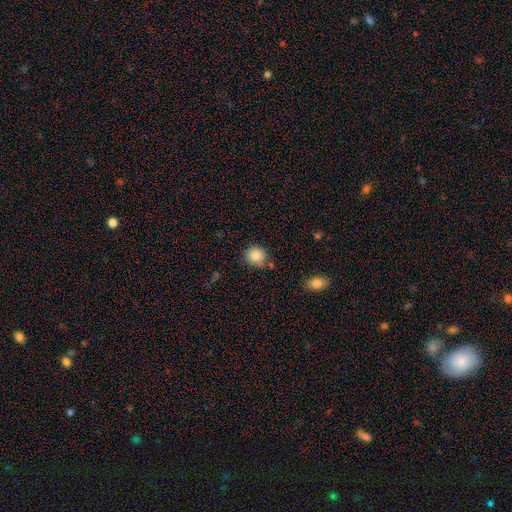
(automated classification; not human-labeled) A smooth galaxy with no disk features (86%) that is round (91%).

Vote fractions:
- Smooth or featured? smooth: 86% / star or artifact: 9% / featured or disk: 5%
- How rounded? round: 91% / in between: 8% / cigar-shaped: 1%
- Merging? none: 75% / minor disturbance: 15% / merger: 7% / major disturbance: 4%